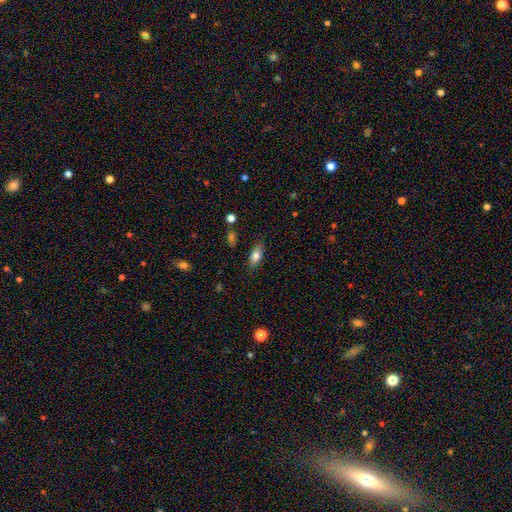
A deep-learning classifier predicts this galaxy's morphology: Smooth or featured? Predicted: smooth (p=0.79). How rounded? Predicted: in between (p=0.84). Merging? Predicted: none (p=0.83).